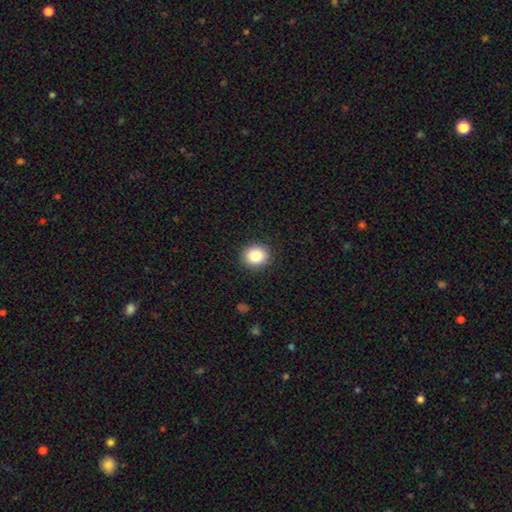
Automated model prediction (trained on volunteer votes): Smooth or featured?
  - smooth: 84% *
  - star or artifact: 10%
  - featured or disk: 7%
How rounded?
  - round: 75% *
  - in between: 24%
  - cigar-shaped: 1%
Merging?
  - none: 90% *
  - minor disturbance: 7%
  - major disturbance: 2%
  - merger: 1%